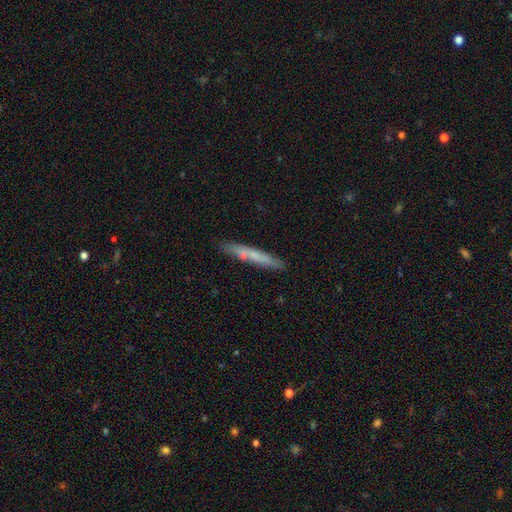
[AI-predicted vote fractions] This appears to be a smooth galaxy with no disk features (59%) that is cigar-shaped (94%). Merging: none (82%).